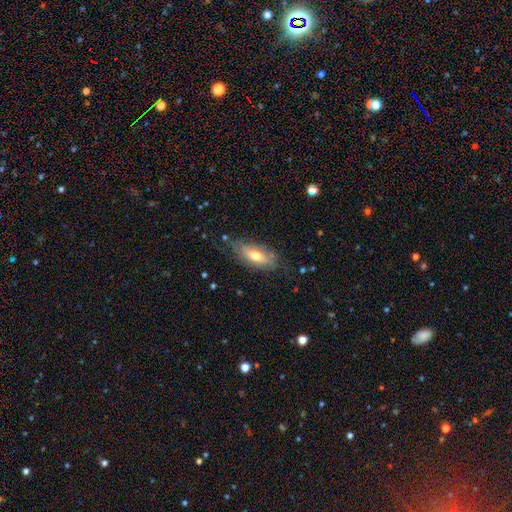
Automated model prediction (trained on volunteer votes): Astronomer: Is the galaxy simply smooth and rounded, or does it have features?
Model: smooth — 55% (runner-up: featured or disk, 39%).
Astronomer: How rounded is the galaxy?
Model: in between — 79%.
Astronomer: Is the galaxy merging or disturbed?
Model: none — 63%.